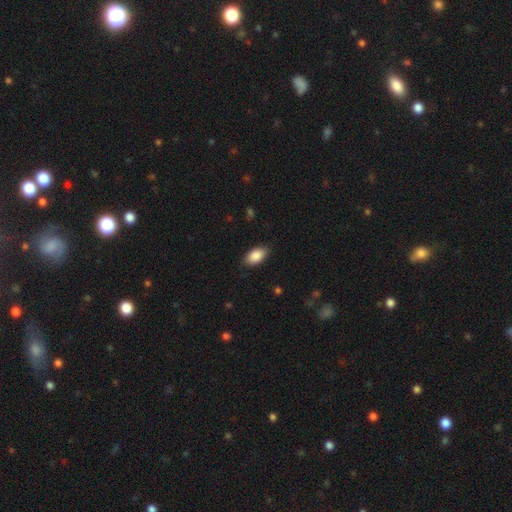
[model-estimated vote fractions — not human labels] Smooth or featured? smooth (88%)
How rounded? in between (93%)
Merging? none (85%)